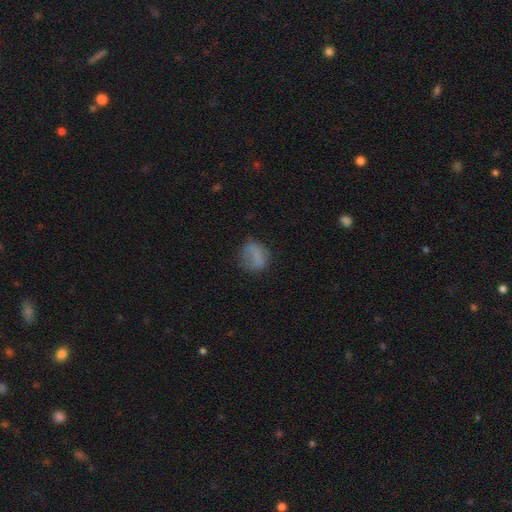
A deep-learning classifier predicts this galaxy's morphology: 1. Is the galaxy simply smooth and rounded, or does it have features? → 67% smooth, 21% featured or disk, 12% star or artifact.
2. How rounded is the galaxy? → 63% round, 35% in between, 2% cigar-shaped.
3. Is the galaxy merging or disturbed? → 58% none, 24% minor disturbance, 15% major disturbance, 2% merger.